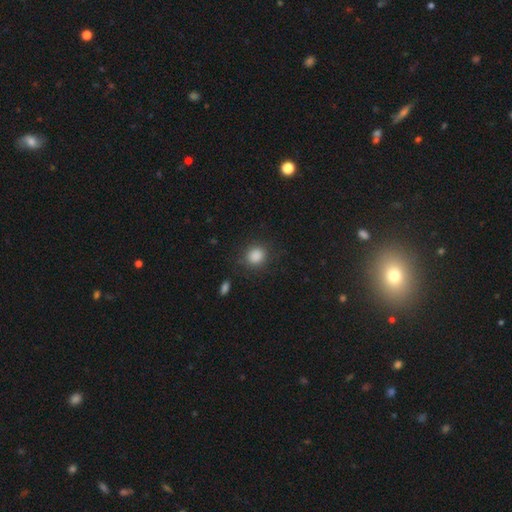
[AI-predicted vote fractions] Smooth or featured?
  - smooth: 86% *
  - star or artifact: 10%
  - featured or disk: 4%
How rounded?
  - round: 81% *
  - in between: 18%
  - cigar-shaped: 1%
Merging?
  - none: 83% *
  - minor disturbance: 11%
  - major disturbance: 4%
  - merger: 2%